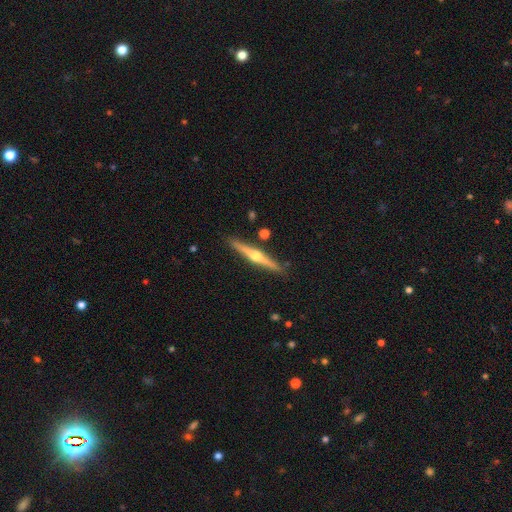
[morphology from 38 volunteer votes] Smooth or featured: featured or disk — 76% (smooth — 24%)
Edge-on disk: yes — 100%
Edge-on bulge: rounded — 97% (none — 3%)
Merging: none — 95% (minor disturbance — 3%)